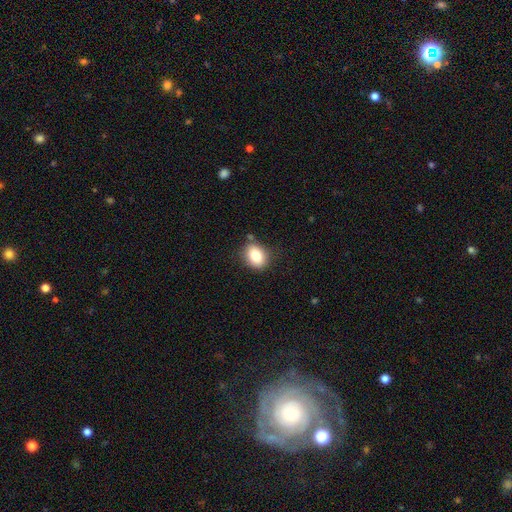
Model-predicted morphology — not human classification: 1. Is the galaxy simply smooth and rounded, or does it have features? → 82% smooth, 9% star or artifact, 9% featured or disk.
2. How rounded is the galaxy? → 62% in between, 37% round, 1% cigar-shaped.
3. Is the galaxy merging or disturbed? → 80% none, 14% minor disturbance, 3% merger, 3% major disturbance.